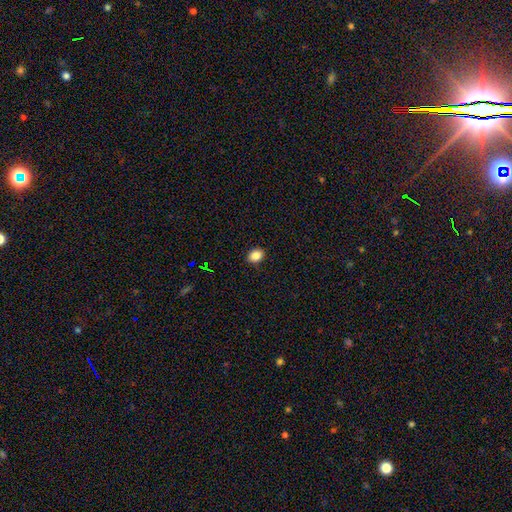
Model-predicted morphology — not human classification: type=smooth (86%); roundness=in between (62%); merging=none (90%).